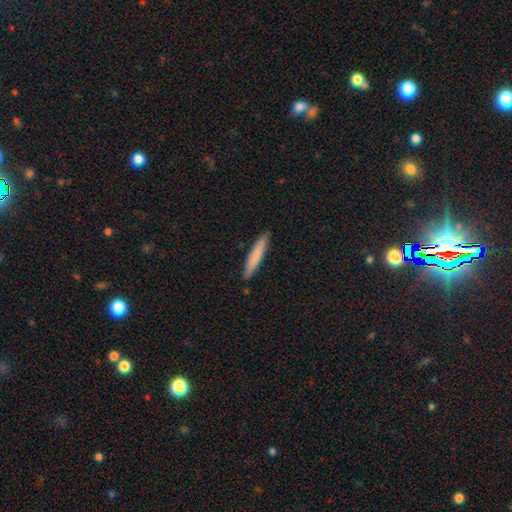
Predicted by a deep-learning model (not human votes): smooth-or-featured: smooth: 78% | featured or disk: 17% | star or artifact: 5%
  how-rounded: cigar-shaped: 94% | in between: 5% | round: 1%
  merging: none: 90% | minor disturbance: 7% | major disturbance: 1% | merger: 1%